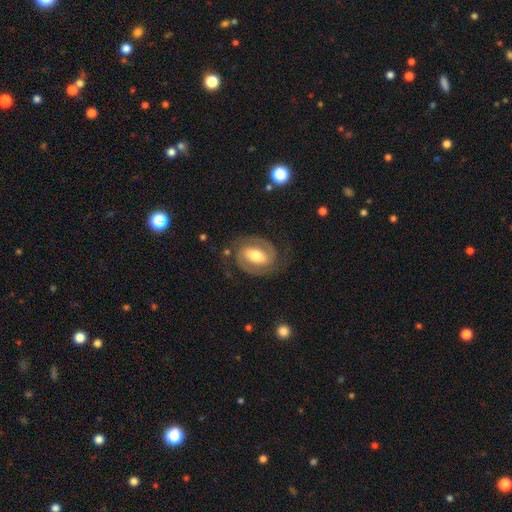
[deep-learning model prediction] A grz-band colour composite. It shows a featured or disk galaxy (85%) with a strong bar (48%), 2 (92%) medium (47%) spiral arms (94%) and a moderate central bulge (65%). Merging: none (80%).